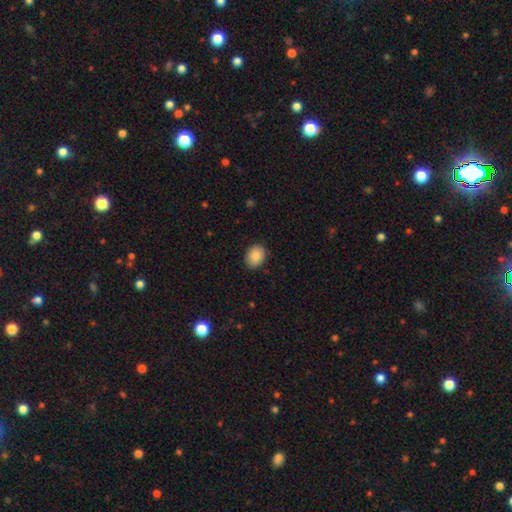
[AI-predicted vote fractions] A smooth galaxy with no disk features (88%) that is in between round and cigar-shaped (57%). Merging: none (89%).